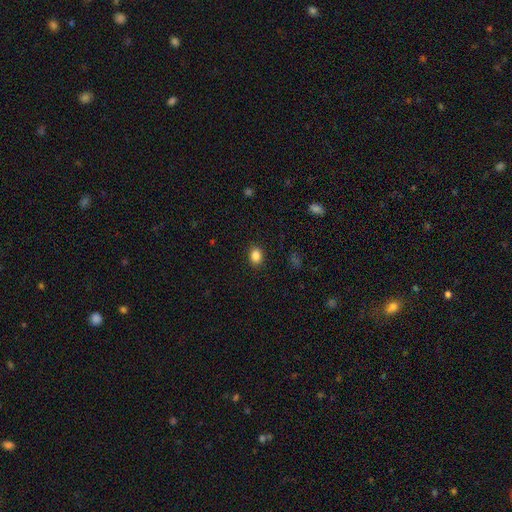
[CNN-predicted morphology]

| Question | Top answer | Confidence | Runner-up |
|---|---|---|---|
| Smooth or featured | smooth | 86% | star or artifact (10%) |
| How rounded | in between | 57% | round (42%) |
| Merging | none | 90% | minor disturbance (7%) |